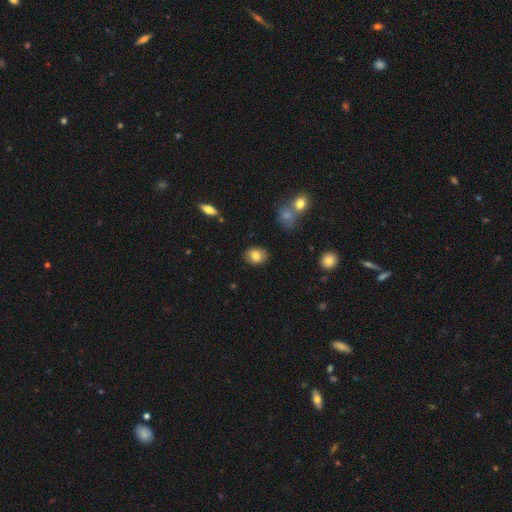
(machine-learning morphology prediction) Overall: smooth (80%). How rounded: in between (52%; round 47%). Merging: none (87%).